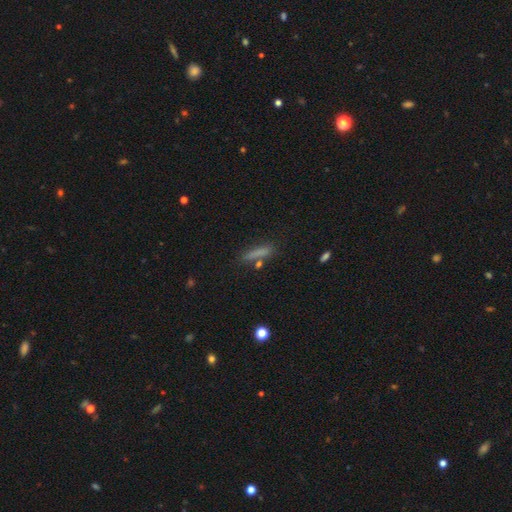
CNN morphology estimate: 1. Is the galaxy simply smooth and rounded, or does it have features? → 73% smooth, 17% featured or disk, 10% star or artifact.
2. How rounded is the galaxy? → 88% cigar-shaped, 10% in between, 2% round.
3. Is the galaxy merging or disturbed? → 79% none, 12% minor disturbance, 5% merger, 4% major disturbance.